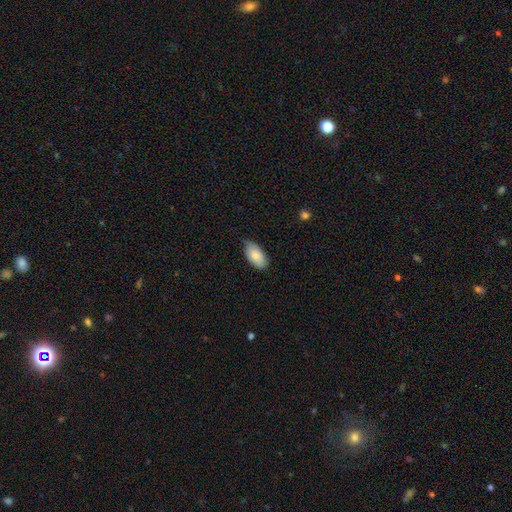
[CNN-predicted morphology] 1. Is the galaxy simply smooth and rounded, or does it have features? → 80% smooth, 14% featured or disk, 6% star or artifact.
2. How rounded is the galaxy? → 95% in between, 3% round, 3% cigar-shaped.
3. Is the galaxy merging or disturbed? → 68% none, 28% minor disturbance, 4% major disturbance, 1% merger.